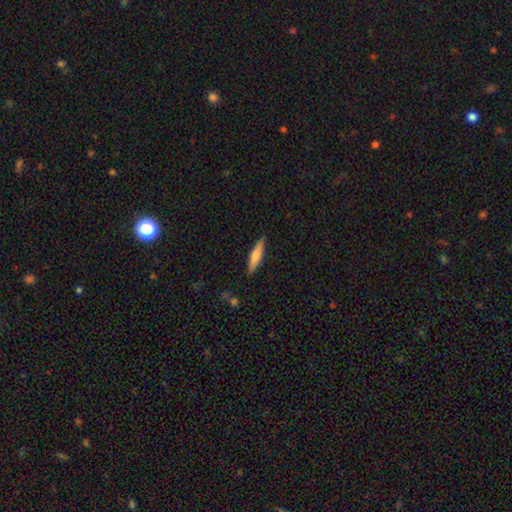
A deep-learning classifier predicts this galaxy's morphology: Smooth or featured?
  - smooth: 64% *
  - featured or disk: 30%
  - star or artifact: 6%
How rounded?
  - cigar-shaped: 80% *
  - in between: 18%
  - round: 2%
Merging?
  - none: 87% *
  - minor disturbance: 9%
  - major disturbance: 2%
  - merger: 1%